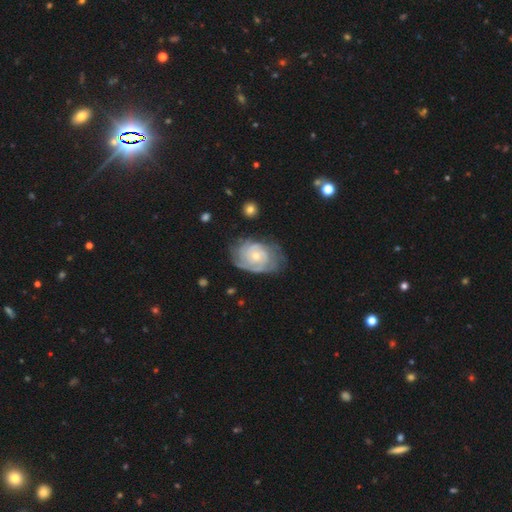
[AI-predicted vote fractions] This is clearly a featured or disk galaxy (85%). It is clearly not viewed edge-on (97%). Bar: likely no (76%). Spiral arm pattern: clearly yes (96%). Spiral arm count: marginally can't tell (32%). Spiral winding: likely tight (73%). Central bulge: likely small (62%). Merging: likely none (69%).